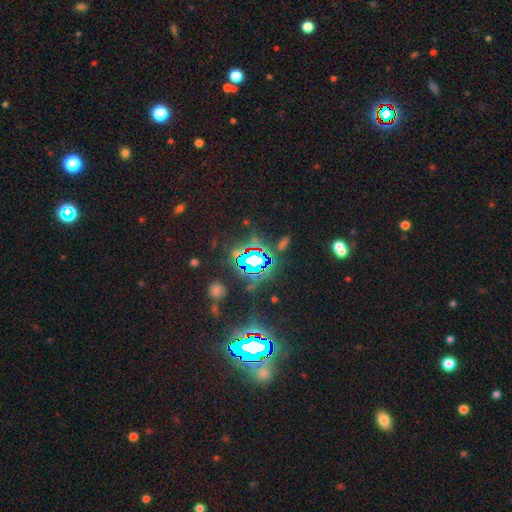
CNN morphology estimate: This appears to be a star or artifact, not a galaxy (77%).